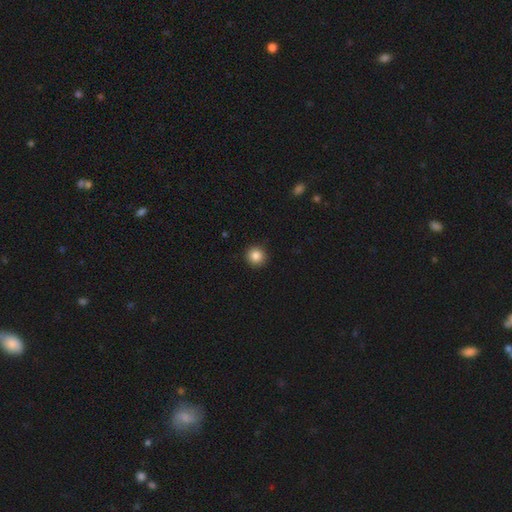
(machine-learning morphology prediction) Smooth or featured? Predicted: smooth (p=0.86). How rounded? Predicted: round (p=0.94). Merging? Predicted: none (p=0.92).